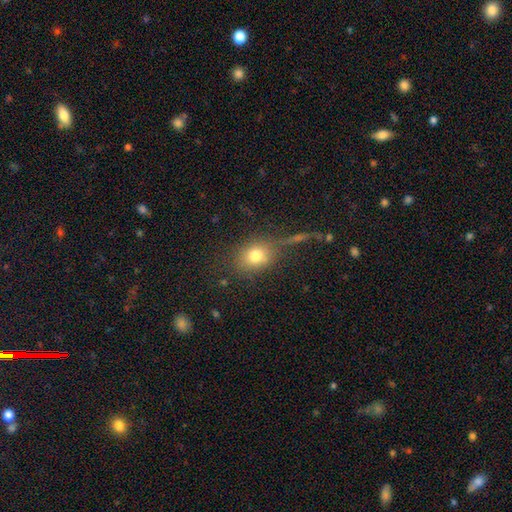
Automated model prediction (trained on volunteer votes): This is likely a smooth galaxy (76%). How rounded: possibly in between (51%). Merging: likely none (68%).